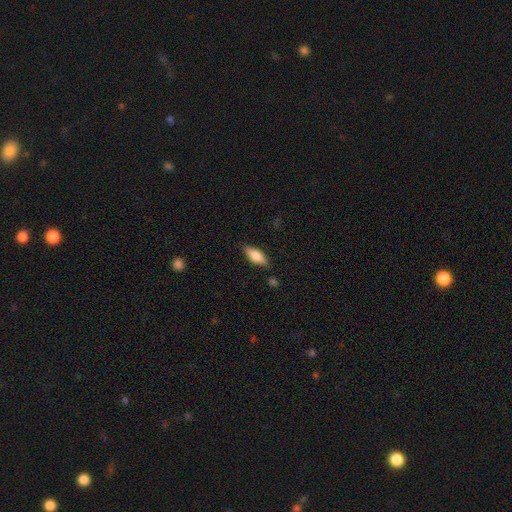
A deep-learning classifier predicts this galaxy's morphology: Smooth or featured? Predicted: smooth (p=0.70). How rounded? Predicted: in between (p=0.66). Merging? Predicted: none (p=0.82).